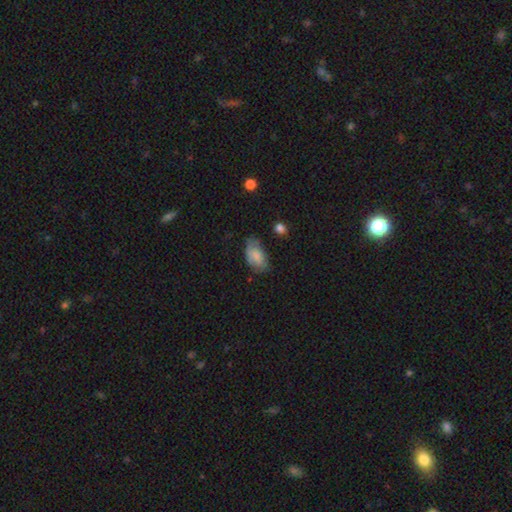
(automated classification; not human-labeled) The model was most divided on "merging": none: 51%, minor disturbance: 36%, major disturbance: 11%, merger: 3%. More confident: how rounded — in between (93%); smooth or featured — smooth (75%).